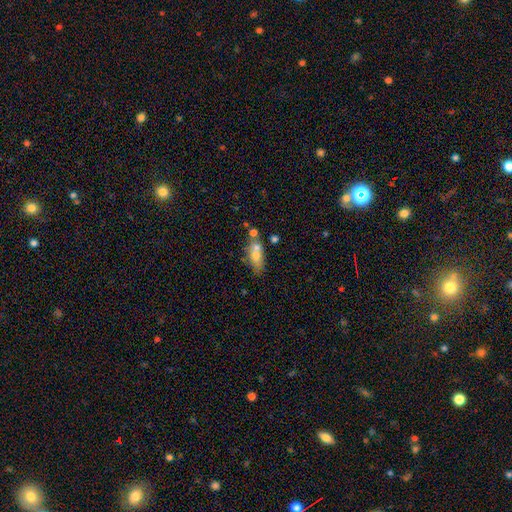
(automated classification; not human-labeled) smooth_or_featured: smooth (p=0.63) [alt: featured or disk p=0.27]
how_rounded: in between (p=0.74) [alt: cigar-shaped p=0.15]
merging: none (p=0.41) [alt: merger p=0.36]